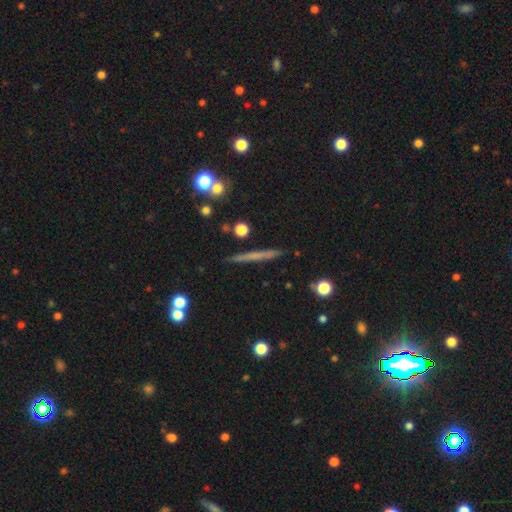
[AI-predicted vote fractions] A smooth galaxy with no disk features (47%).

Vote fractions:
- Smooth or featured? smooth: 47% / featured or disk: 45% / star or artifact: 9%
- Merging? none: 89% / minor disturbance: 7% / merger: 2% / major disturbance: 2%